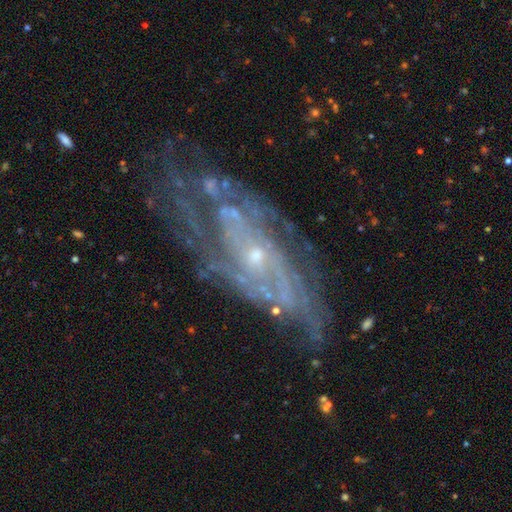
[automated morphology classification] This appears to be a featured or disk galaxy (85%) with no bar (69%), tight (55%) spiral arms (94%) and a small central bulge (78%). Merging: none (69%).